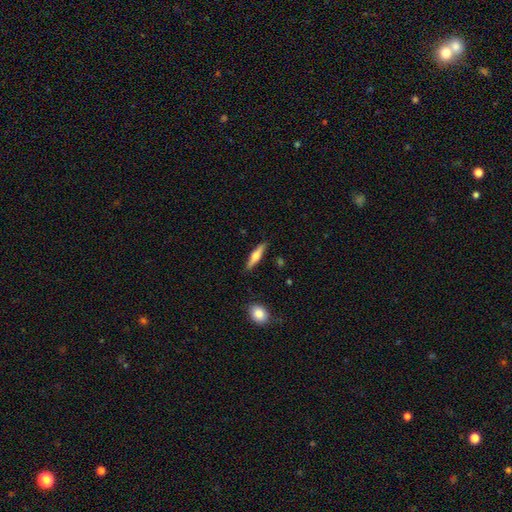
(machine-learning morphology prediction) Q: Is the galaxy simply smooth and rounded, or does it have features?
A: smooth — 51%.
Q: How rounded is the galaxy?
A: cigar-shaped — 78%.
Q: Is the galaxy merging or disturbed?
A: none — 86%.